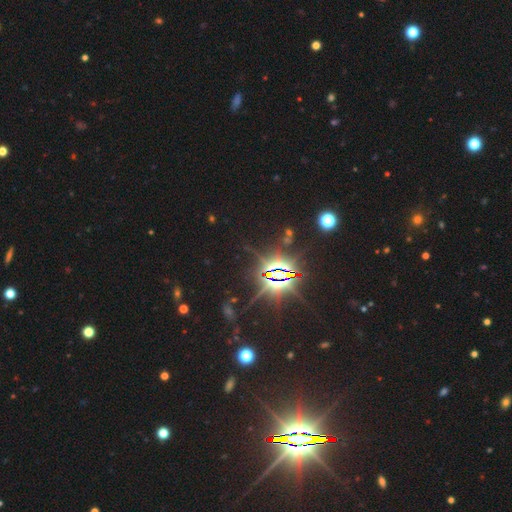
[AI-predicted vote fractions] Morphology: type=star or artifact (85%).